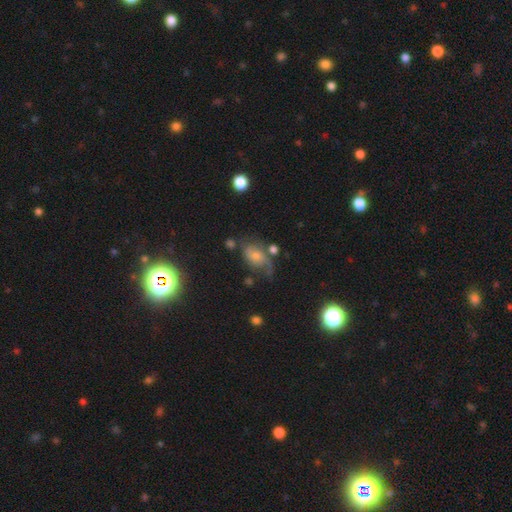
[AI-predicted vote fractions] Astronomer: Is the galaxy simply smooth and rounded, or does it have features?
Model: featured or disk — 52% (runner-up: smooth, 35%).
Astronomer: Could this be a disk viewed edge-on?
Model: no — 96%.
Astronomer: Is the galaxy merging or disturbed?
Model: none — 40% (runner-up: minor disturbance, 26%).